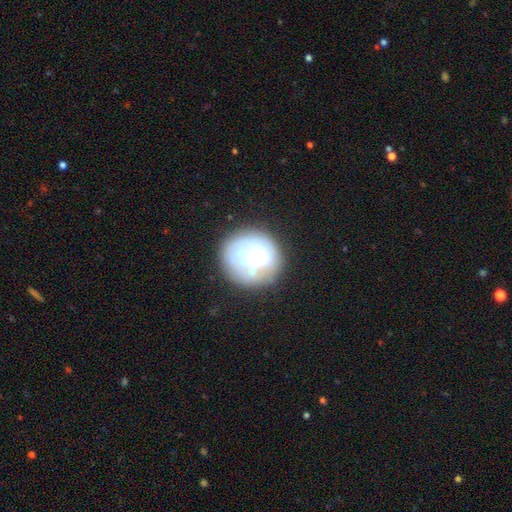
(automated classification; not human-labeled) Morphology: type=smooth (45%, tied with featured or disk); merging=none (57%).